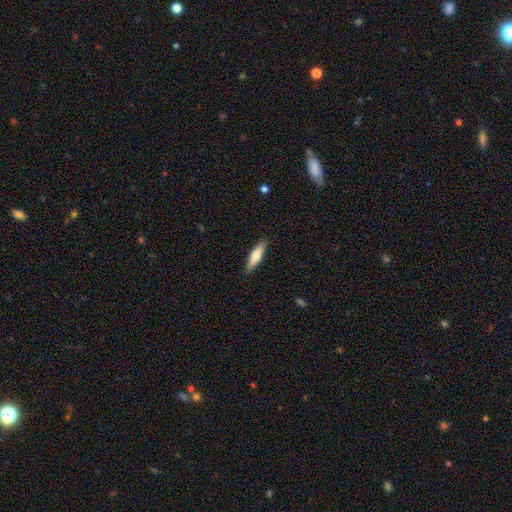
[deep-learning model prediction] smooth_or_featured: smooth (p=0.64) [alt: featured or disk p=0.30]
how_rounded: cigar-shaped (p=0.74) [alt: in between p=0.25]
merging: none (p=0.89) [alt: minor disturbance p=0.08]